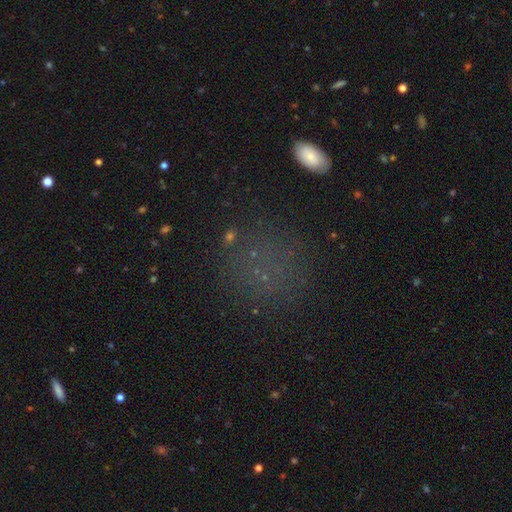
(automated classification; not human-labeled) Smooth or featured: smooth — 48% (star or artifact — 37%)
Merging: none — 75% (minor disturbance — 13%)